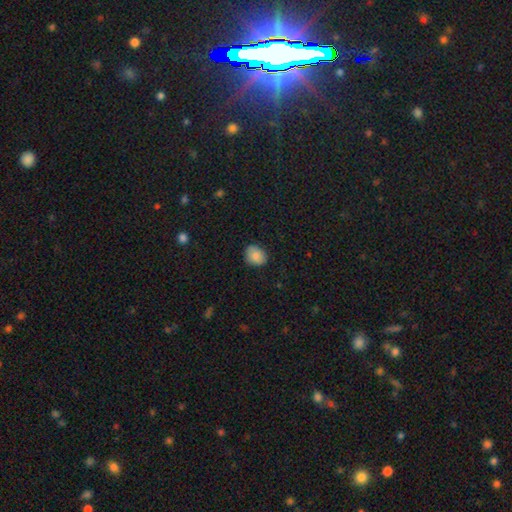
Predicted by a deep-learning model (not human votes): smooth-or-featured: smooth: 86% | star or artifact: 8% | featured or disk: 6%
  how-rounded: round: 53% | in between: 46% | cigar-shaped: 1%
  merging: none: 80% | minor disturbance: 16% | major disturbance: 3% | merger: 1%